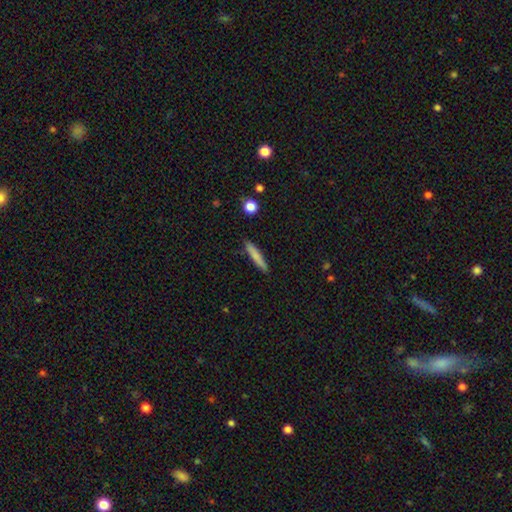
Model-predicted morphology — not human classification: smooth 75%, featured or disk 18%, star or artifact 7%. Down the decision tree: how rounded — cigar-shaped (92%); merging — none (88%).